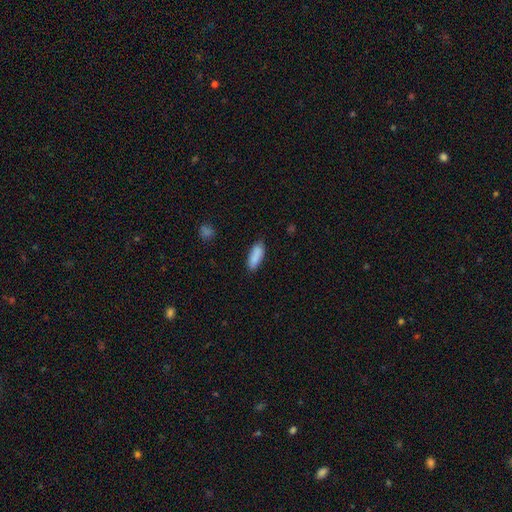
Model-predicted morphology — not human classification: This is clearly a smooth galaxy (87%). How rounded: likely in between (67%). Merging: likely none (79%).